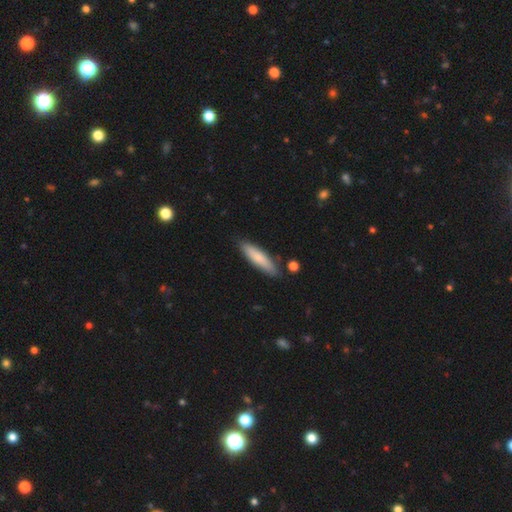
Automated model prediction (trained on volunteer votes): Smooth or featured? Predicted: smooth (p=0.76). How rounded? Predicted: cigar-shaped (p=0.79). Merging? Predicted: none (p=0.87).